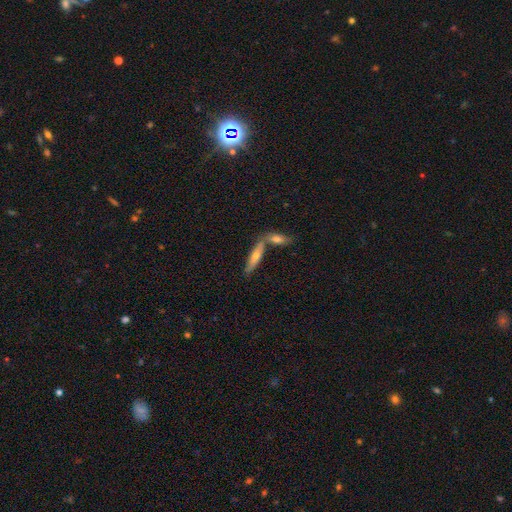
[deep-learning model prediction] smooth_or_featured: featured or disk (p=0.48) [alt: smooth p=0.39]
merging: none (p=0.48) [alt: merger p=0.41]